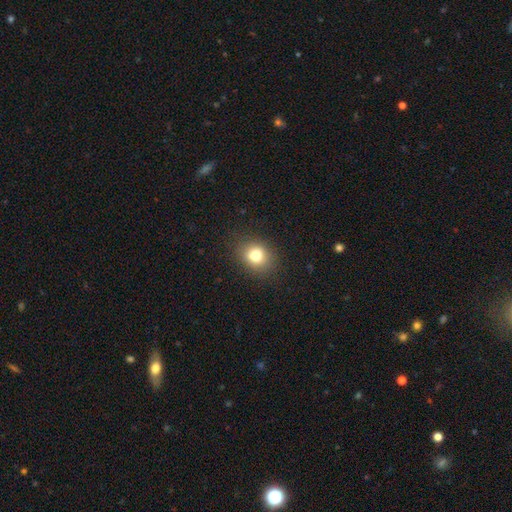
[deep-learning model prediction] This is likely a smooth galaxy (78%). How rounded: likely round (65%). Merging: clearly none (87%).